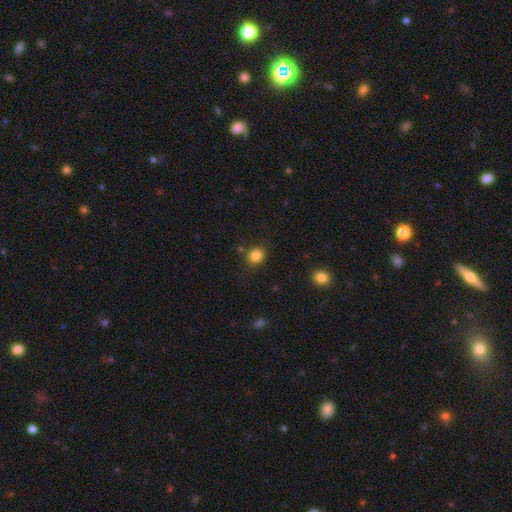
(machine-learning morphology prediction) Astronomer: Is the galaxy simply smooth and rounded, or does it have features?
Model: smooth — 84%.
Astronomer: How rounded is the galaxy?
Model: round — 76%.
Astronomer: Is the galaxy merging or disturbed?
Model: none — 84%.